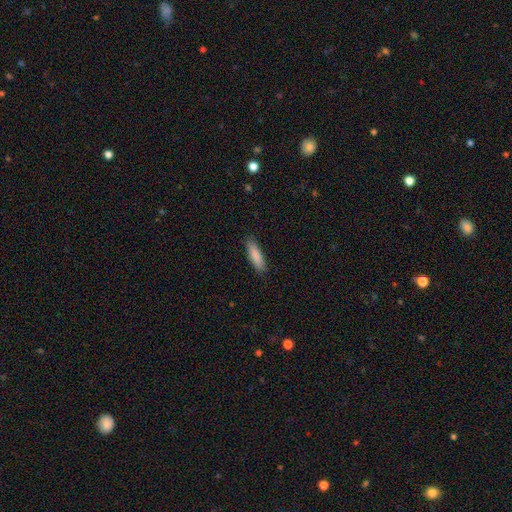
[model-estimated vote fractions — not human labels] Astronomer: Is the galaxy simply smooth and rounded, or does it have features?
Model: smooth — 87%.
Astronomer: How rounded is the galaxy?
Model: cigar-shaped — 66%.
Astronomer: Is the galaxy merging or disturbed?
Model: none — 87%.